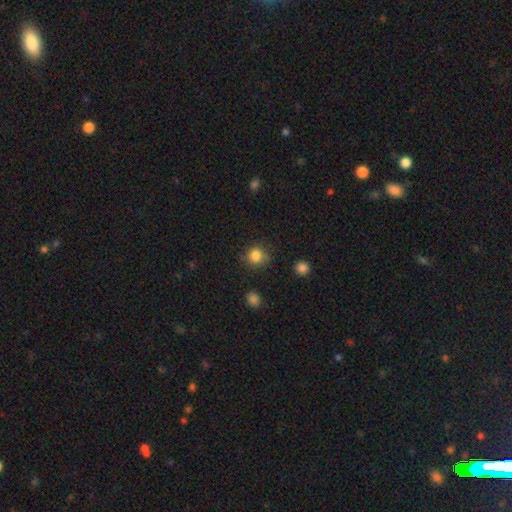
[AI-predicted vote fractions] smooth_or_featured: smooth (p=0.84) [alt: star or artifact p=0.11]
how_rounded: round (p=0.89) [alt: in between p=0.10]
merging: none (p=0.82) [alt: minor disturbance p=0.13]